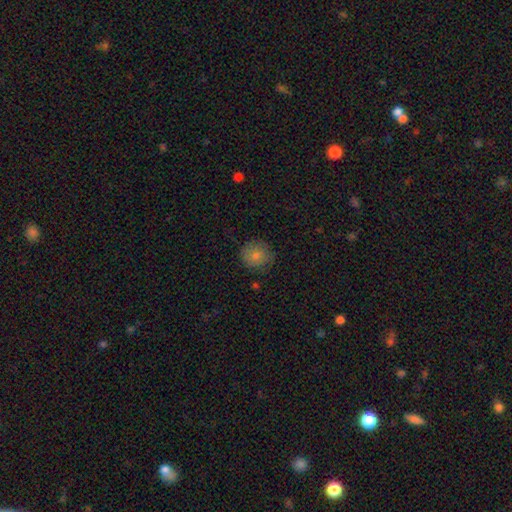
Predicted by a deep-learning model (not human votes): Overall: smooth (81%). How rounded: round (85%). Merging: none (75%).